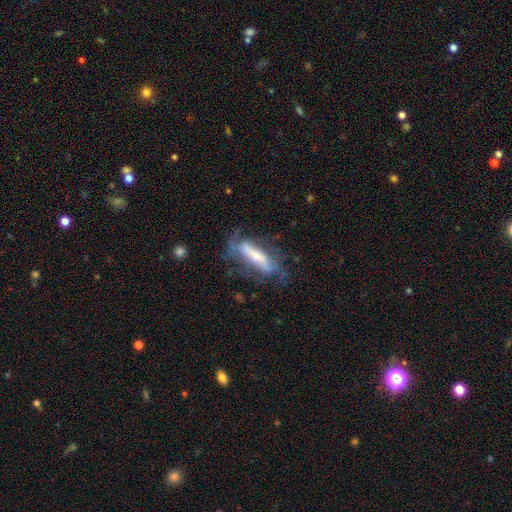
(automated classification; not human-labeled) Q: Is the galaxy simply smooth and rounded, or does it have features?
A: featured or disk — 62%.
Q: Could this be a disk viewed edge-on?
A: no — 59%.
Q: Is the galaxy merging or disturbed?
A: none — 53%.